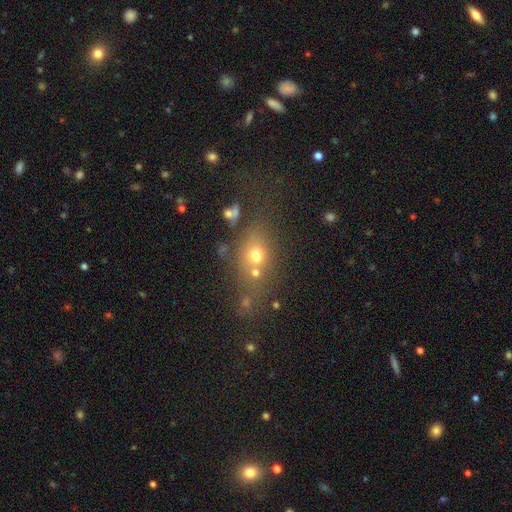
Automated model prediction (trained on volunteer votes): smooth-or-featured: smooth: 60% | star or artifact: 21% | featured or disk: 19%
  how-rounded: round: 48% | in between: 47% | cigar-shaped: 5%
  merging: none: 50% | merger: 28% | minor disturbance: 14% | major disturbance: 9%